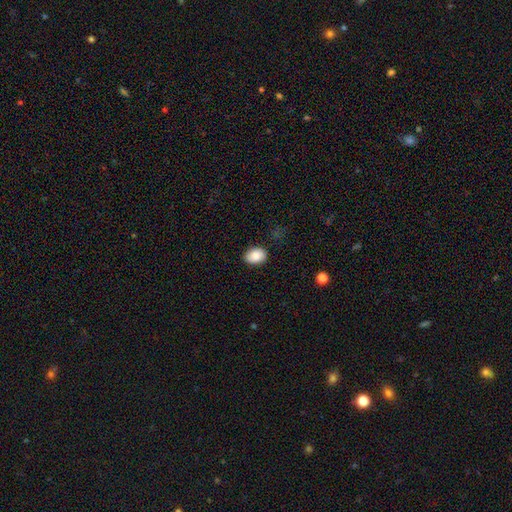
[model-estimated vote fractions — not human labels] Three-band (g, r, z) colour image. It shows a smooth galaxy with no disk features (86%) that is in between round and cigar-shaped (74%). Merging: none (86%).